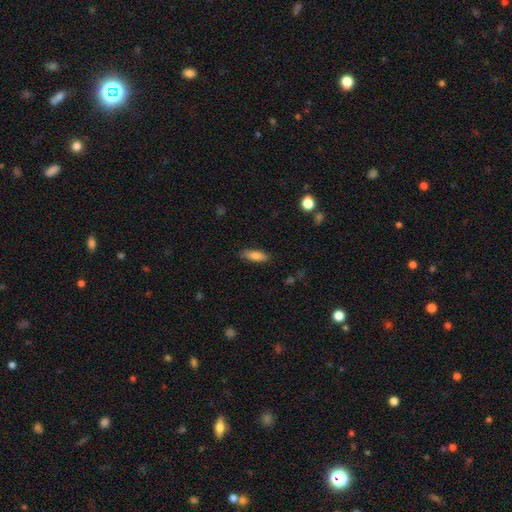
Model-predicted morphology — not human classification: type=smooth (81%); roundness=in between (54%); merging=none (84%).